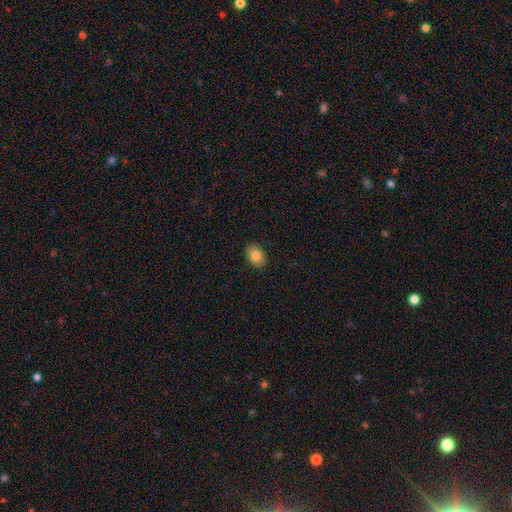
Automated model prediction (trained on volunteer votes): A smooth galaxy with no disk features (83%) that is in between round and cigar-shaped (77%).

Vote fractions:
- Smooth or featured? smooth: 83% / featured or disk: 9% / star or artifact: 8%
- How rounded? in between: 77% / round: 22% / cigar-shaped: 1%
- Merging? none: 90% / minor disturbance: 8% / major disturbance: 2% / merger: 1%